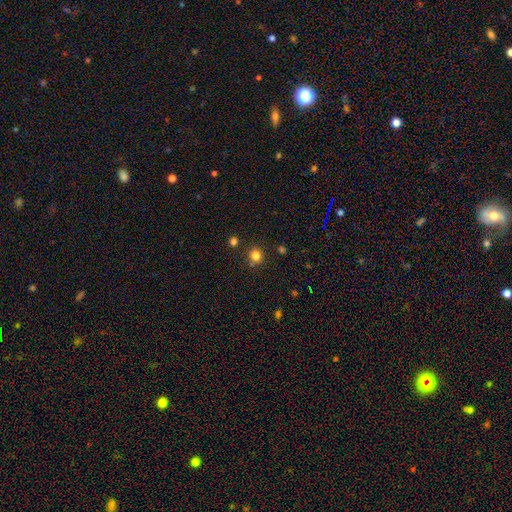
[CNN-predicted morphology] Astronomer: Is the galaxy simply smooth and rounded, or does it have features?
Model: smooth — 80%.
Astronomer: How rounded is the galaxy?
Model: round — 91%.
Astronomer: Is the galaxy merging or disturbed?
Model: none — 81%.